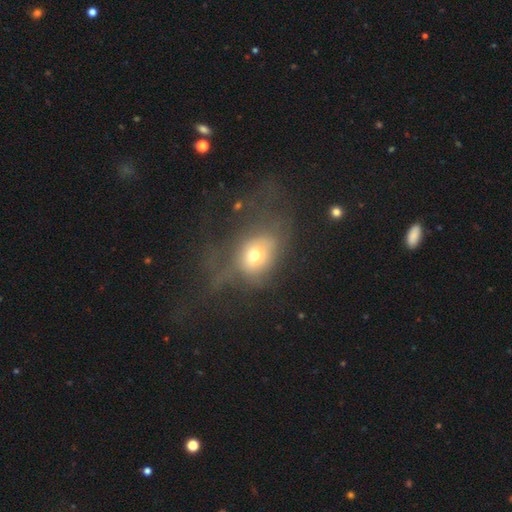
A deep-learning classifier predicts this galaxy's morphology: A smooth galaxy with no disk features (62%) that is round (52%).

Vote fractions:
- Smooth or featured? smooth: 62% / featured or disk: 23% / star or artifact: 15%
- How rounded? round: 52% / in between: 46% / cigar-shaped: 2%
- Merging? major disturbance: 46% / none: 33% / minor disturbance: 18% / merger: 4%